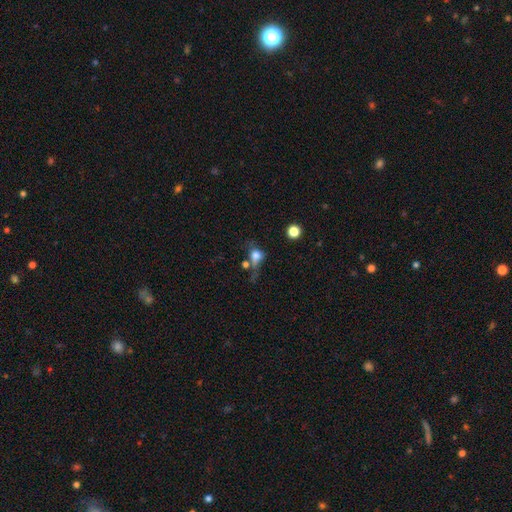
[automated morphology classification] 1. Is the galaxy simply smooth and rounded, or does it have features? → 67% smooth, 18% featured or disk, 15% star or artifact.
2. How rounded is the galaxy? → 58% round, 39% in between, 4% cigar-shaped.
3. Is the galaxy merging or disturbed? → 31% none, 27% major disturbance, 23% merger, 19% minor disturbance.